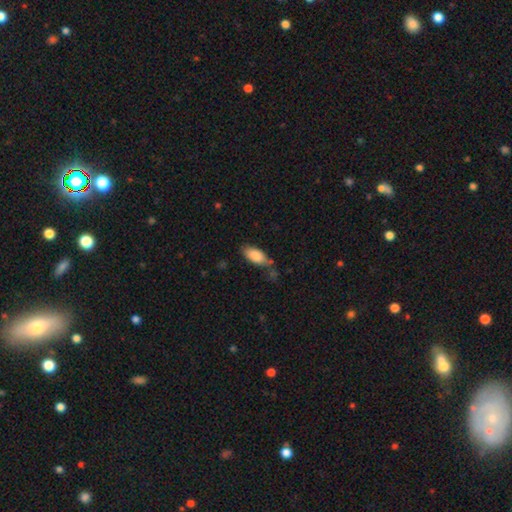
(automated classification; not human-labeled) Smooth or featured?
  - smooth: 85% *
  - featured or disk: 8%
  - star or artifact: 7%
How rounded?
  - in between: 87% *
  - cigar-shaped: 11%
  - round: 2%
Merging?
  - none: 61% *
  - minor disturbance: 24%
  - merger: 8%
  - major disturbance: 7%